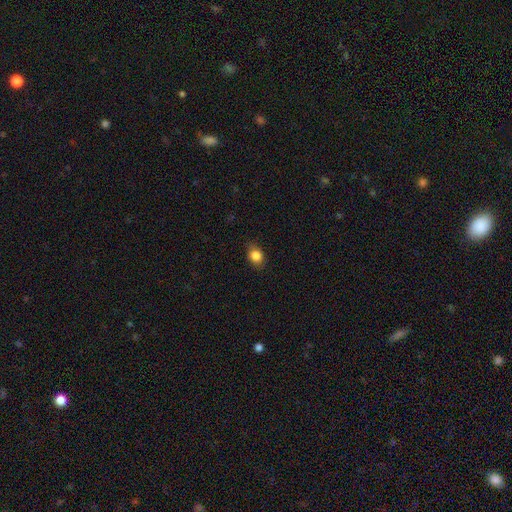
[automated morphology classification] smooth 84%, star or artifact 10%, featured or disk 6%. Down the decision tree: how rounded — in between (51%); merging — none (80%).